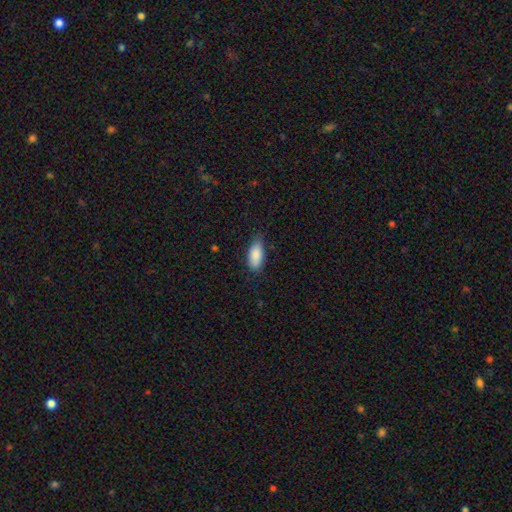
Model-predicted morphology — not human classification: smooth-or-featured: smooth: 86% | featured or disk: 7% | star or artifact: 7%
  how-rounded: in between: 86% | cigar-shaped: 11% | round: 2%
  merging: none: 69% | minor disturbance: 25% | major disturbance: 5% | merger: 1%